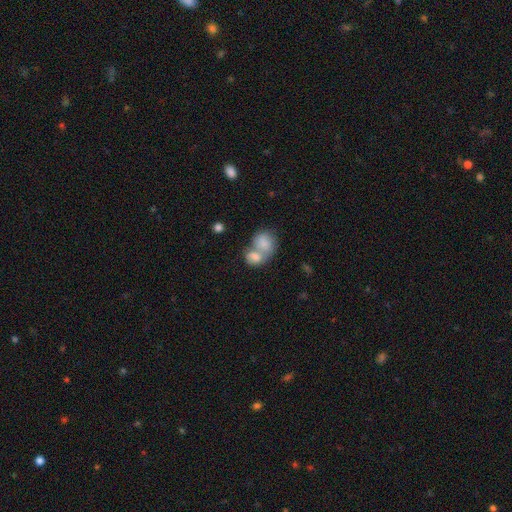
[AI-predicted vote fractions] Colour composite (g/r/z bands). It shows a smooth galaxy with no disk features (76%) that is in between round and cigar-shaped (56%). Merging: merger (69%).